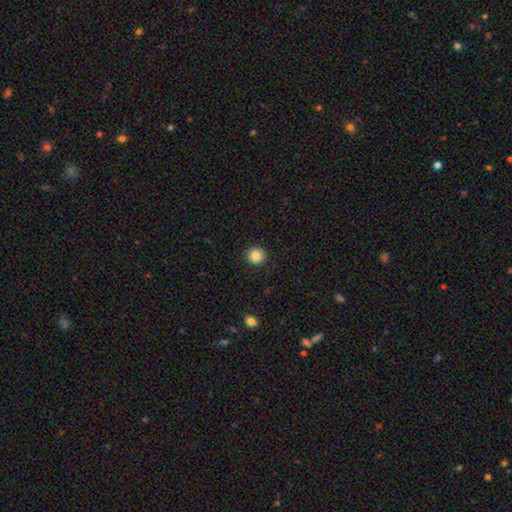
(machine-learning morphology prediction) A smooth galaxy with no disk features (86%) that is round (92%).

Vote fractions:
- Smooth or featured? smooth: 86% / star or artifact: 9% / featured or disk: 5%
- How rounded? round: 92% / in between: 7% / cigar-shaped: 1%
- Merging? none: 91% / minor disturbance: 6% / major disturbance: 2% / merger: 1%